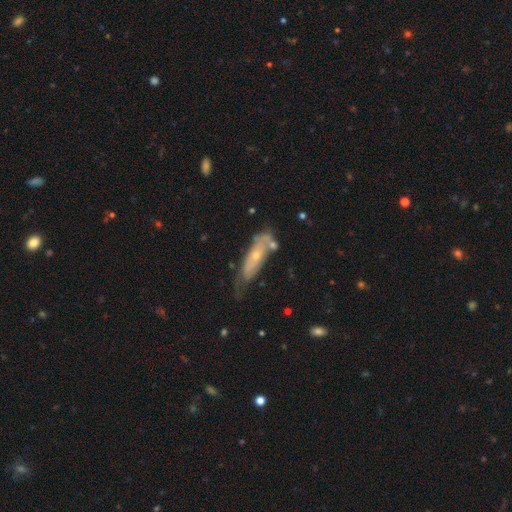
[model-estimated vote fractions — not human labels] Overall: featured or disk (55%; smooth 38%). Edge-on disk: no (67%; yes 33%). Merging: none (41%; minor disturbance 32%).